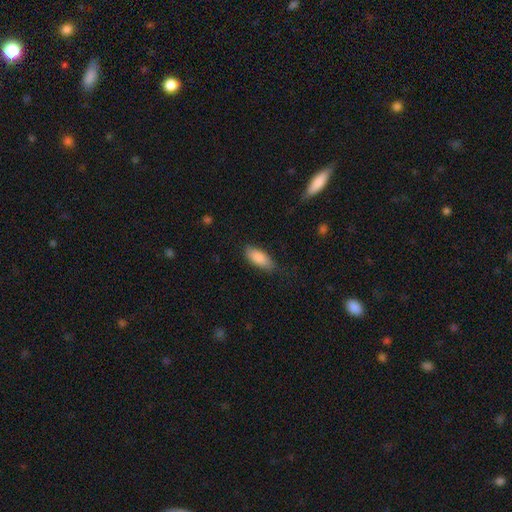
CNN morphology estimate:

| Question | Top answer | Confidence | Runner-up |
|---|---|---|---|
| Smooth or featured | smooth | 87% | featured or disk (6%) |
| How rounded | in between | 83% | cigar-shaped (15%) |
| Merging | none | 75% | minor disturbance (20%) |